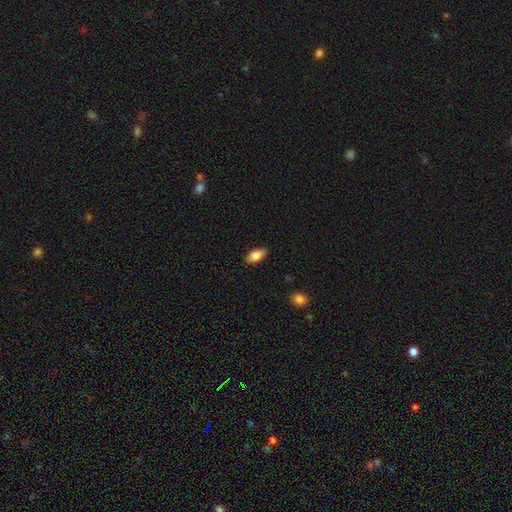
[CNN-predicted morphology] type=smooth (81%); roundness=in between (89%); merging=none (88%).